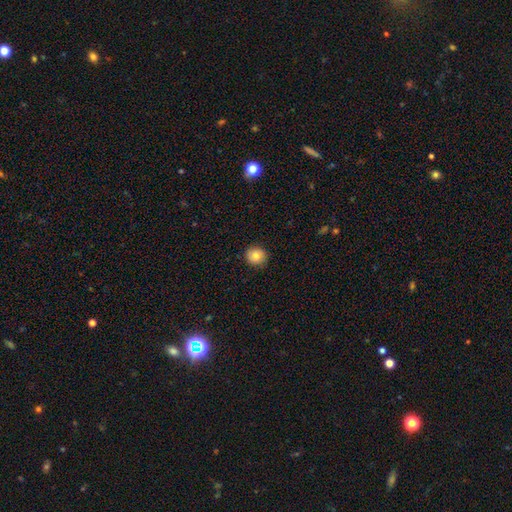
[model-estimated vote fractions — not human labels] Smooth or featured?
  - smooth: 81% *
  - featured or disk: 9%
  - star or artifact: 9%
How rounded?
  - round: 85% *
  - in between: 14%
  - cigar-shaped: 1%
Merging?
  - none: 88% *
  - minor disturbance: 9%
  - major disturbance: 2%
  - merger: 1%